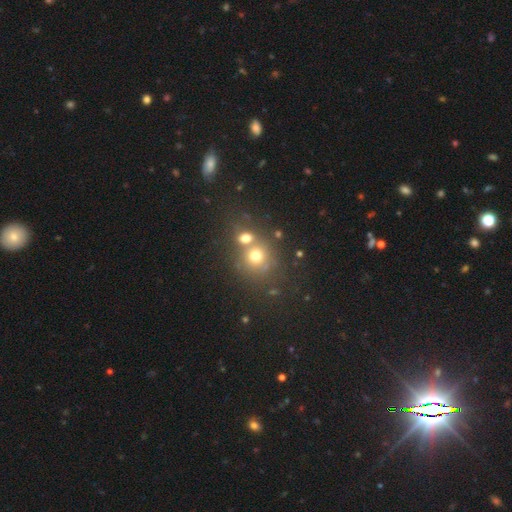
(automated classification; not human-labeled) A smooth galaxy with no disk features (70%) that is round (83%). Merging: merger (45%).